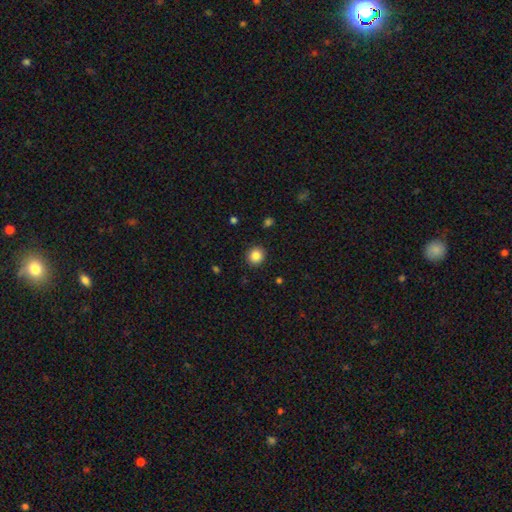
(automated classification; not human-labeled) Smooth or featured? Predicted: smooth (p=0.85). How rounded? Predicted: round (p=0.88). Merging? Predicted: none (p=0.91).